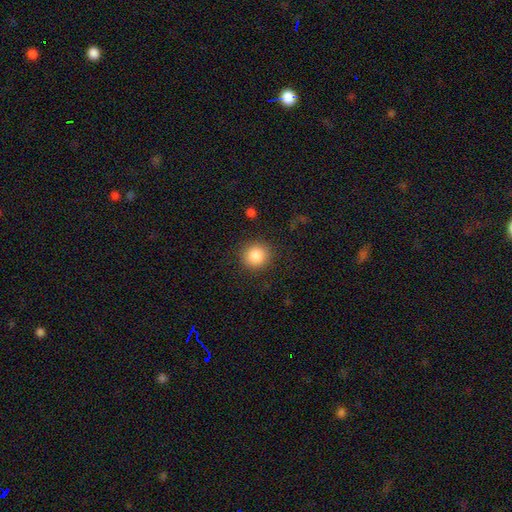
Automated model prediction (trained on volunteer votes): Morphology: type=smooth (86%); roundness=round (92%); merging=none (89%).